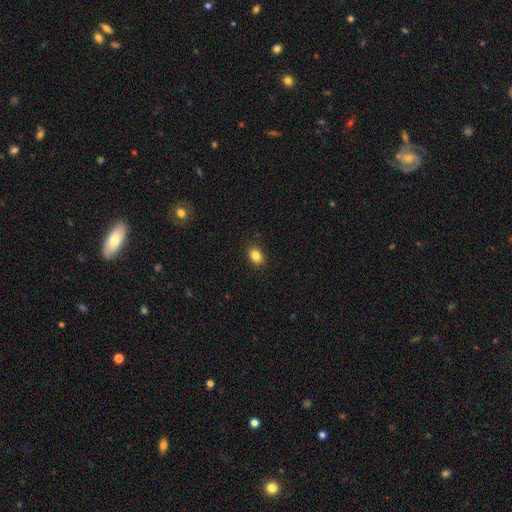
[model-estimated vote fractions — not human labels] Smooth or featured: smooth — 85% (star or artifact — 9%)
How rounded: in between — 78% (round — 20%)
Merging: none — 89% (minor disturbance — 8%)